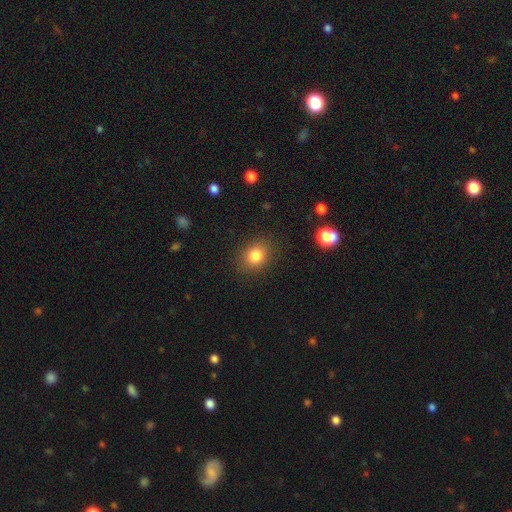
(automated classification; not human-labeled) Morphology: type=smooth (82%); roundness=round (60%); merging=none (86%).